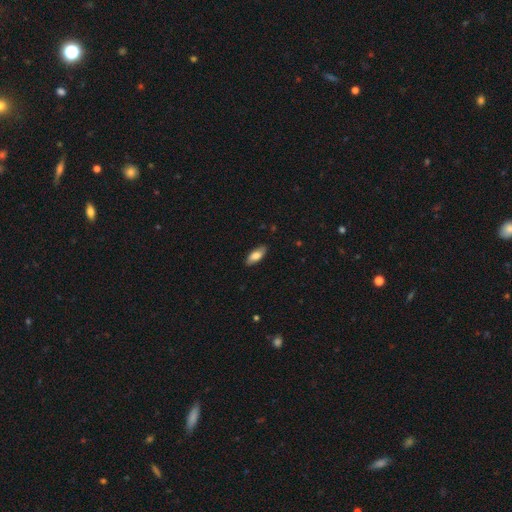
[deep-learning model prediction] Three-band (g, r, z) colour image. It shows a smooth galaxy with no disk features (79%) that is in between round and cigar-shaped (84%). Merging: none (86%).